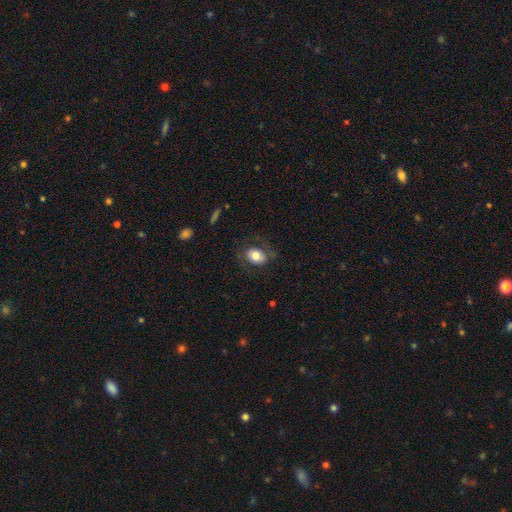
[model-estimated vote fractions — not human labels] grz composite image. It shows a smooth galaxy with no disk features (75%) that is in between round and cigar-shaped (71%). Merging: none (72%).